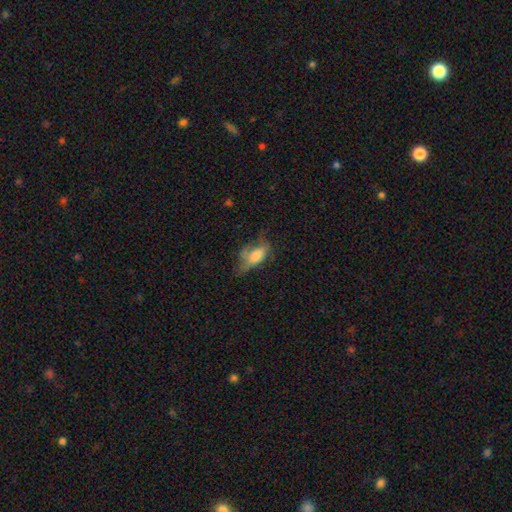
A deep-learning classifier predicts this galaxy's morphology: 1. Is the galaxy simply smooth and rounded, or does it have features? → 65% smooth, 25% featured or disk, 9% star or artifact.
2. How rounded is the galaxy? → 85% in between, 10% cigar-shaped, 5% round.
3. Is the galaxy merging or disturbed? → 34% none, 32% major disturbance, 31% minor disturbance, 3% merger.